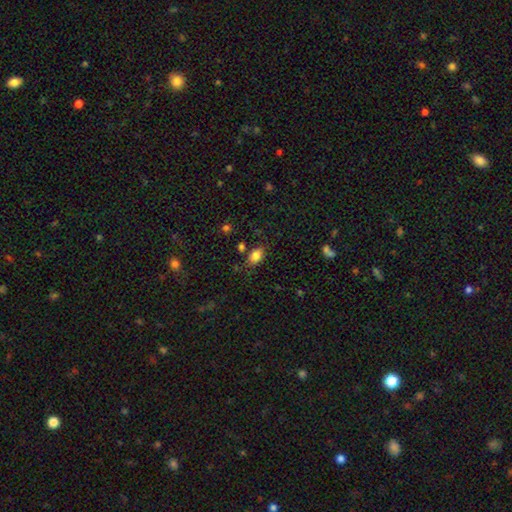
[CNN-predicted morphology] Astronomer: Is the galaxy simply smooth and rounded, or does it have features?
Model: smooth — 83%.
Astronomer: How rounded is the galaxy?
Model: in between — 81%.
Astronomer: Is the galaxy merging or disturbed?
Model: none — 74%.